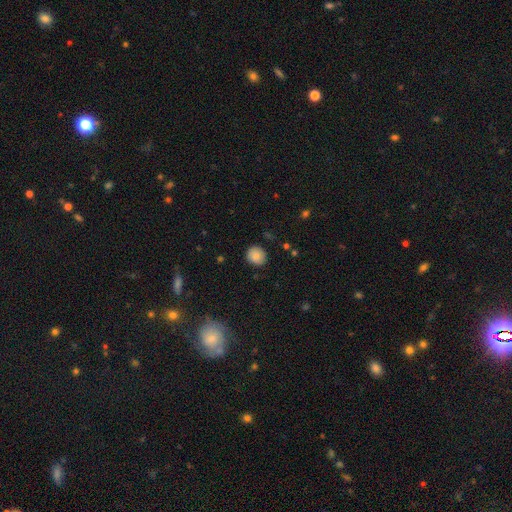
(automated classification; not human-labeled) Smooth or featured? smooth (84%)
How rounded? round (84%)
Merging? none (84%)